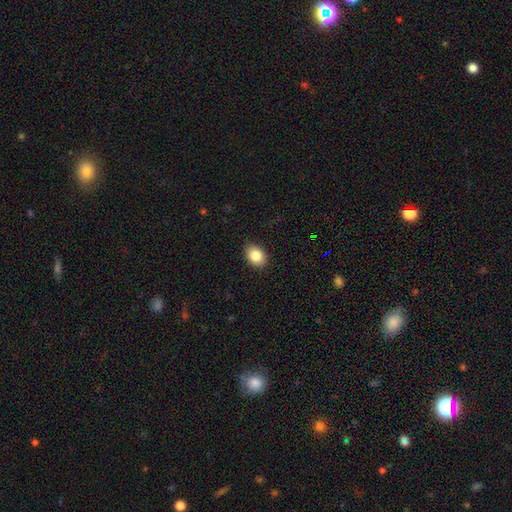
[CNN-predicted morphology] smooth_or_featured: smooth (p=0.85) [alt: star or artifact p=0.08]
how_rounded: in between (p=0.74) [alt: round p=0.25]
merging: none (p=0.87) [alt: minor disturbance p=0.10]